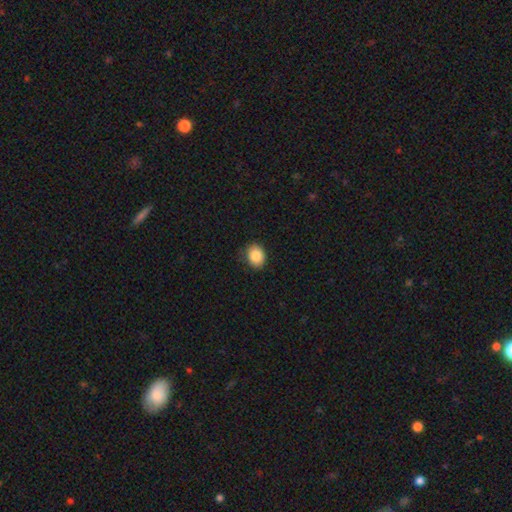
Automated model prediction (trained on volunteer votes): Smooth or featured? Predicted: smooth (p=0.86). How rounded? Predicted: in between (p=0.53). Merging? Predicted: none (p=0.85).